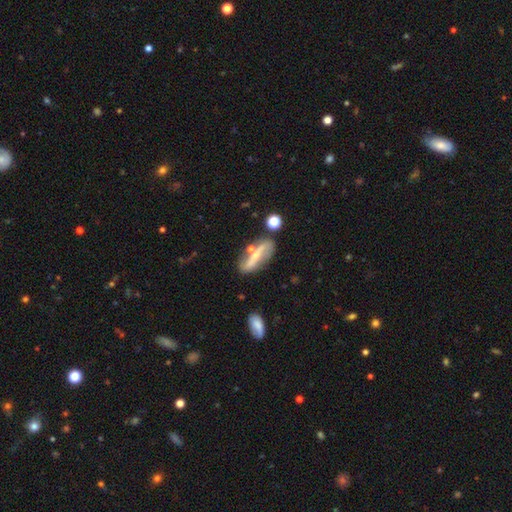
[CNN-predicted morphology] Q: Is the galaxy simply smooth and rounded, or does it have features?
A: featured or disk — 66%.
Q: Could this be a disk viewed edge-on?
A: no — 75%.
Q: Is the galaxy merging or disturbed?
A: none — 68%.